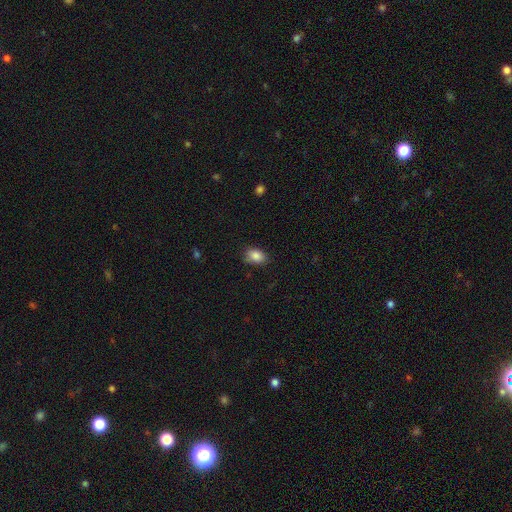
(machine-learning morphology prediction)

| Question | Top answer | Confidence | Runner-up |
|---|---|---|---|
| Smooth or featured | smooth | 87% | star or artifact (8%) |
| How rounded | in between | 82% | round (17%) |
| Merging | none | 80% | minor disturbance (16%) |